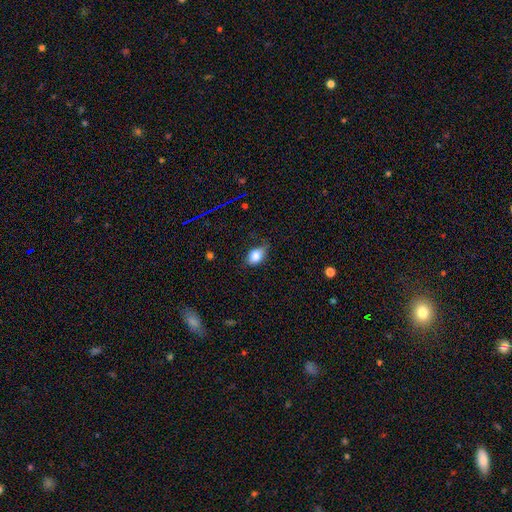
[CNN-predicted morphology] Smooth or featured? smooth (76%)
How rounded? in between (78%)
Merging? none (55%)